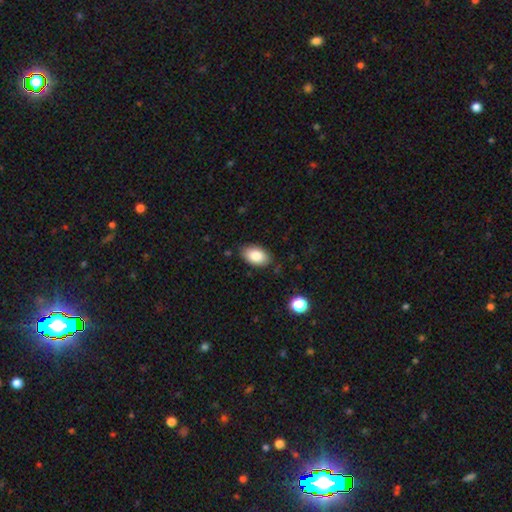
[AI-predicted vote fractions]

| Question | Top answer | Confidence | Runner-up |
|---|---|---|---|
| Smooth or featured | smooth | 85% | featured or disk (8%) |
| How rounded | in between | 93% | round (6%) |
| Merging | none | 84% | minor disturbance (12%) |